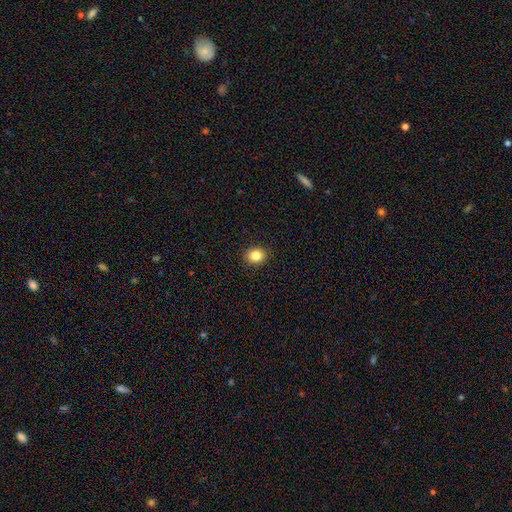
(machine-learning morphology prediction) smooth_or_featured: smooth (p=0.84) [alt: star or artifact p=0.10]
how_rounded: round (p=0.66) [alt: in between p=0.33]
merging: none (p=0.91) [alt: minor disturbance p=0.06]